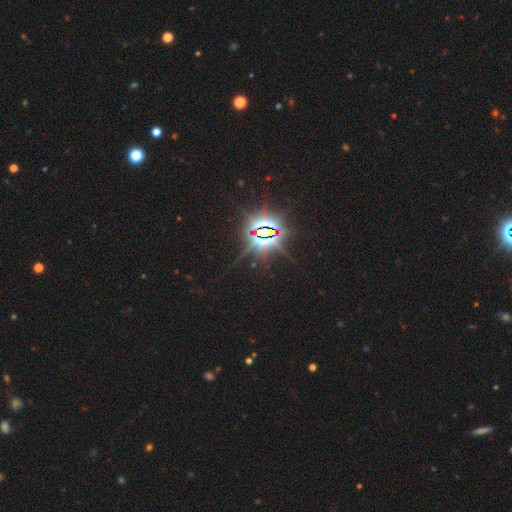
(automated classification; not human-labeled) star or artifact 86%, smooth 9%, featured or disk 5%.